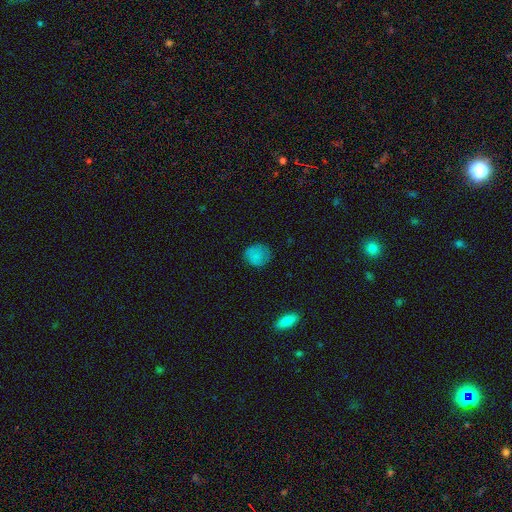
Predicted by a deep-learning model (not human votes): Q: Smooth or featured?
A: smooth (79%); runner-up: star or artifact (11%)
Q: How rounded?
A: round (85%); runner-up: in between (14%)
Q: Merging?
A: none (80%); runner-up: minor disturbance (15%)